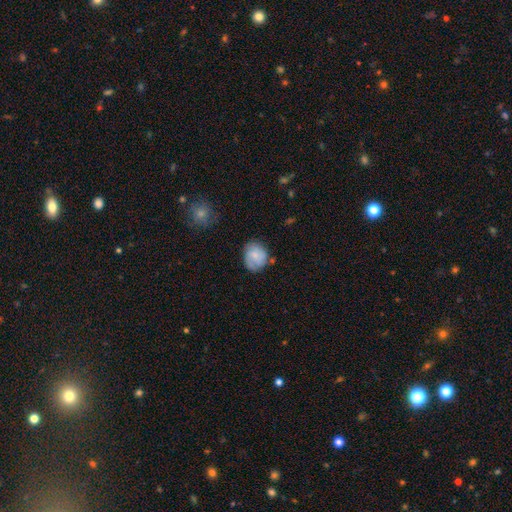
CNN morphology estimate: Smooth or featured? smooth (61%)
How rounded? round (69%)
Merging? none (66%)